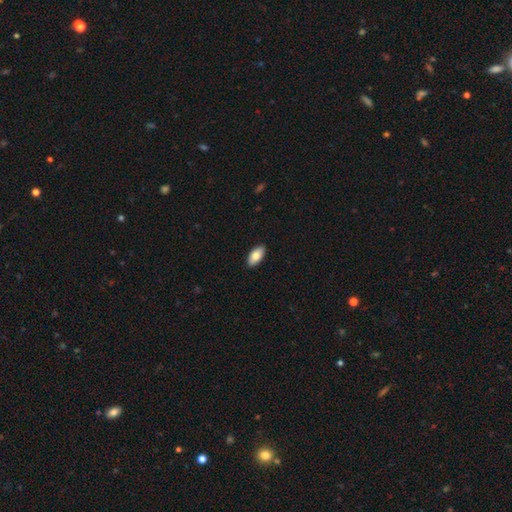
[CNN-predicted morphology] smooth-or-featured: smooth: 82% | featured or disk: 12% | star or artifact: 6%
  how-rounded: in between: 93% | cigar-shaped: 5% | round: 2%
  merging: none: 90% | minor disturbance: 7% | major disturbance: 2% | merger: 1%